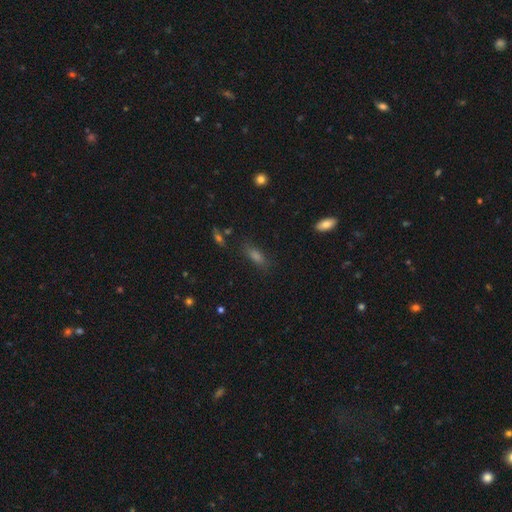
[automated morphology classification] Overall: smooth (60%; star or artifact 25%). How rounded: in between (63%; cigar-shaped 30%). Merging: none (77%).